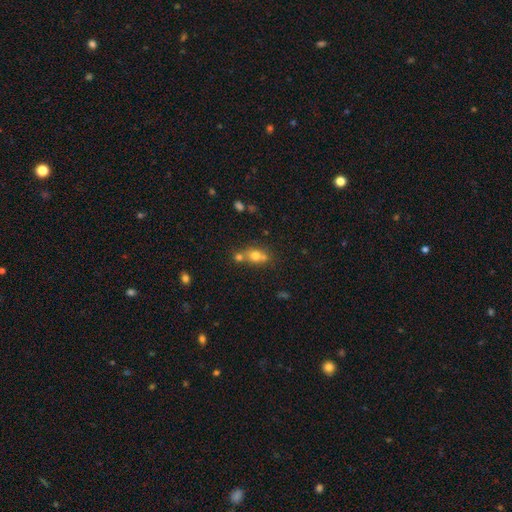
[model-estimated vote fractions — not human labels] Q: Smooth or featured?
A: smooth (68%); runner-up: featured or disk (18%)
Q: How rounded?
A: round (53%); runner-up: in between (43%)
Q: Merging?
A: none (43%); runner-up: merger (41%)